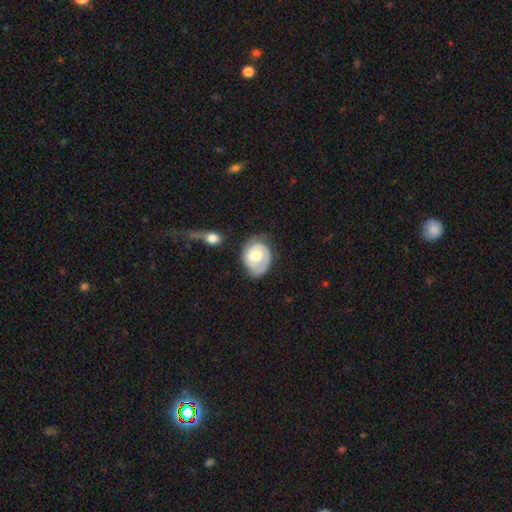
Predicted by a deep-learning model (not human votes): Smooth or featured? featured or disk (71%)
Edge-on disk? no (97%)
Bar? no (49%)
Spiral arms? yes (85%)
Spiral winding? tight (64%)
Spiral arm count? 2 (47%)
Bulge size? moderate (63%)
Merging? none (57%)